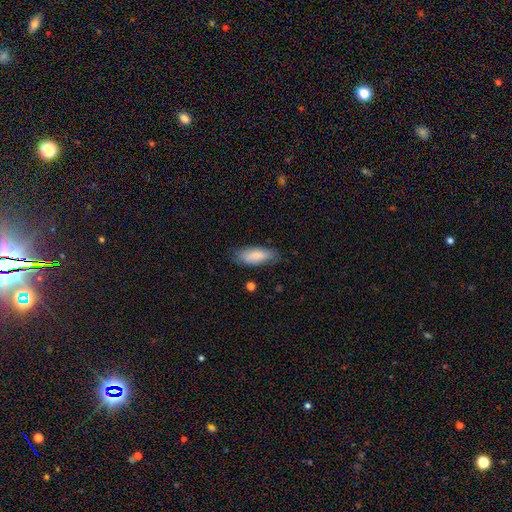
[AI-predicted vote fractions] smooth_or_featured: smooth (p=0.81) [alt: featured or disk p=0.13]
how_rounded: in between (p=0.79) [alt: cigar-shaped p=0.19]
merging: none (p=0.75) [alt: minor disturbance p=0.19]